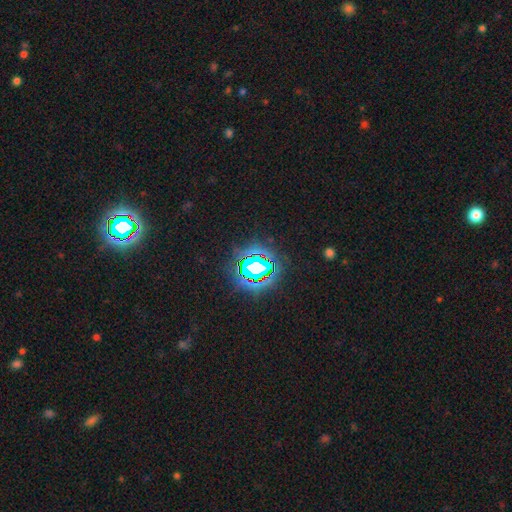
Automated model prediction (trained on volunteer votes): Smooth or featured? star or artifact (83%)